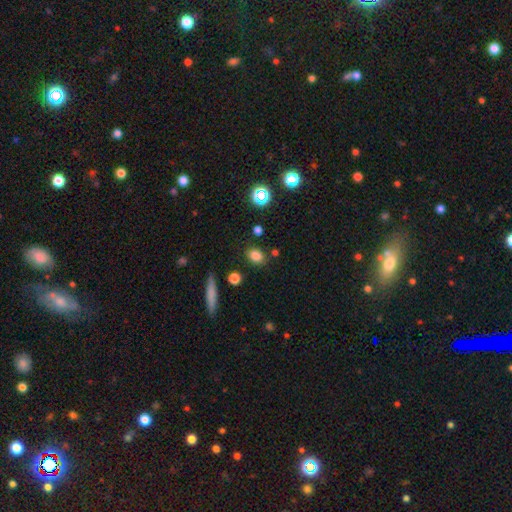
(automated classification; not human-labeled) smooth 81%, star or artifact 13%, featured or disk 6%. Down the decision tree: how rounded — in between (62%); merging — none (83%).